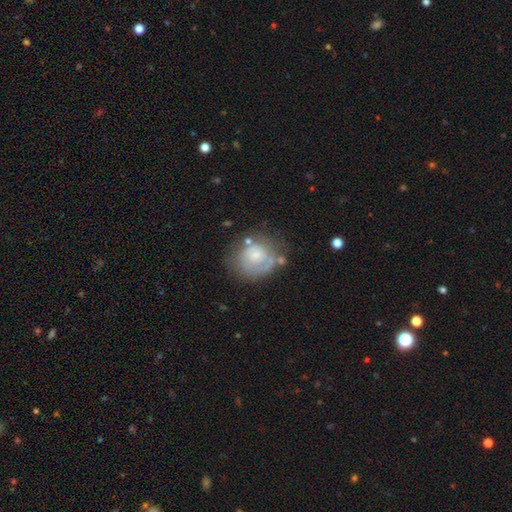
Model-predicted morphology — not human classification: A featured or disk galaxy (49%). Merging: none (51%).